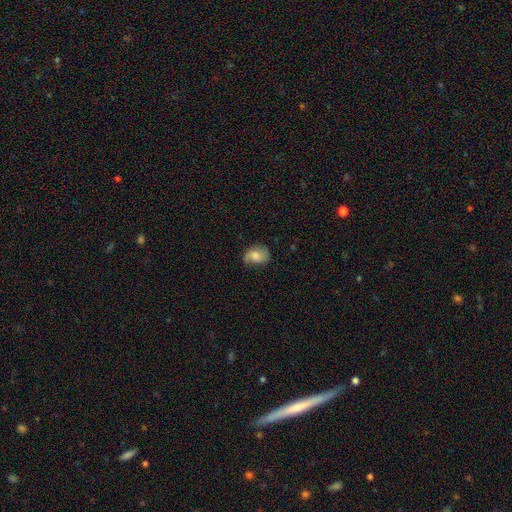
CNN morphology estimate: This appears to be a smooth galaxy with no disk features (58%) that is in between round and cigar-shaped (63%). Merging: none (58%).